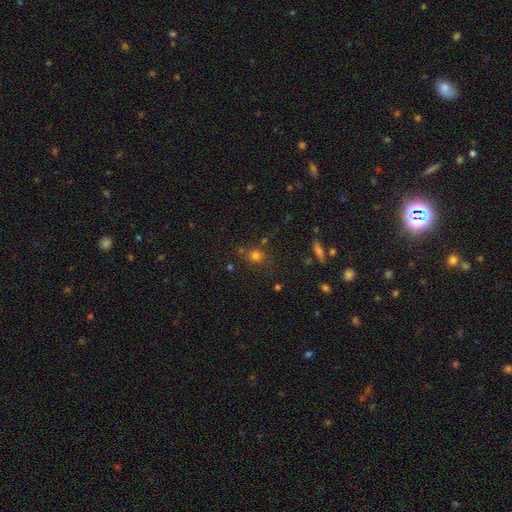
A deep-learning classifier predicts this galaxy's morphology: smooth-or-featured: smooth: 73% | star or artifact: 19% | featured or disk: 8%
  how-rounded: round: 80% | in between: 19% | cigar-shaped: 2%
  merging: none: 73% | minor disturbance: 13% | merger: 8% | major disturbance: 6%